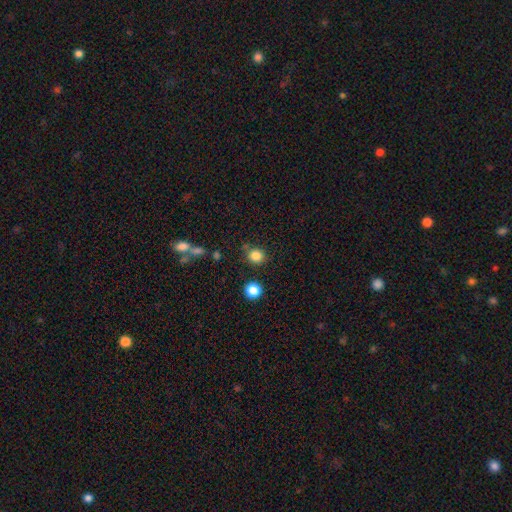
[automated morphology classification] This is clearly a smooth galaxy (84%). How rounded: clearly round (84%). Merging: likely none (79%).